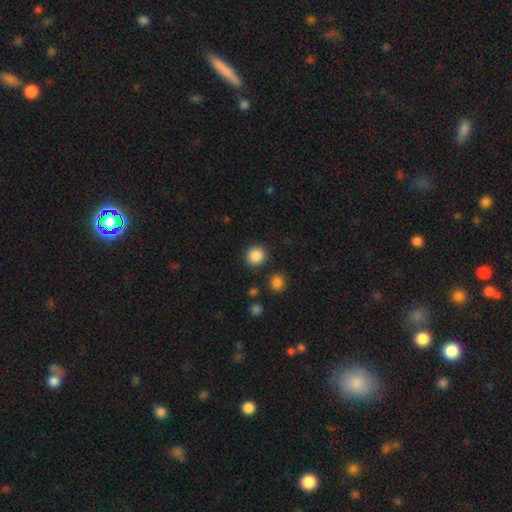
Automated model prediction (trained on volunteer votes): Overall: smooth (87%). How rounded: round (92%). Merging: none (89%).